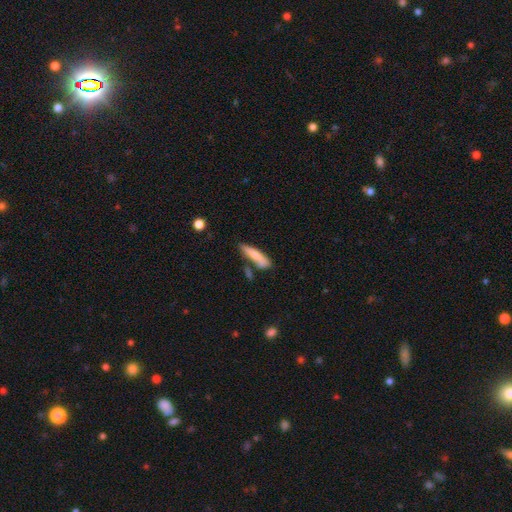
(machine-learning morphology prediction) This appears to be a smooth galaxy with no disk features (74%) that is cigar-shaped (75%). Merging: none (59%).